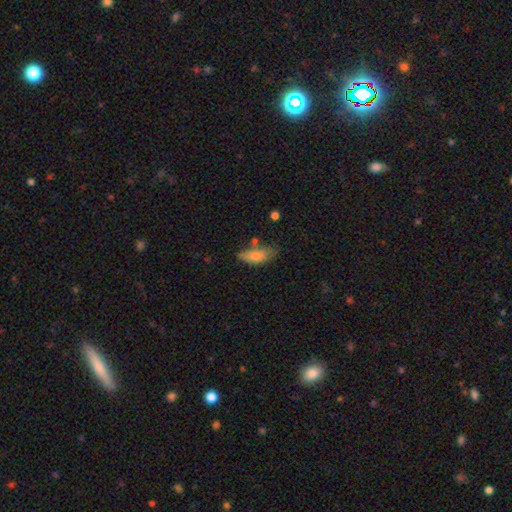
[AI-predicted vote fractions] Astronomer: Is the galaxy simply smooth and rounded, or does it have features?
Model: smooth — 77%.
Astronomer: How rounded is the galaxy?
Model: in between — 73%.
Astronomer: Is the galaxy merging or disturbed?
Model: none — 45% (runner-up: minor disturbance, 34%).